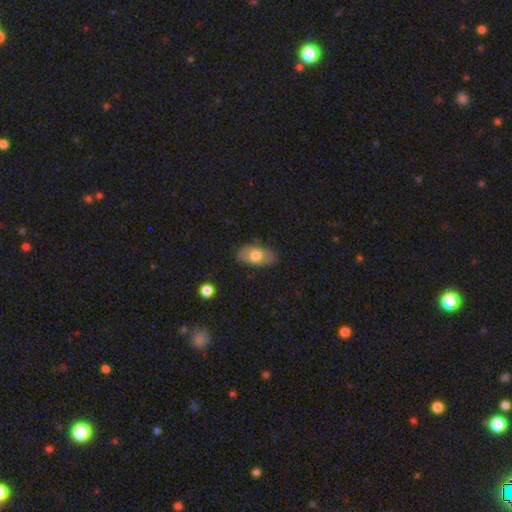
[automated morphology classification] This is likely a smooth galaxy (62%). How rounded: clearly in between (91%). Merging: likely none (80%).